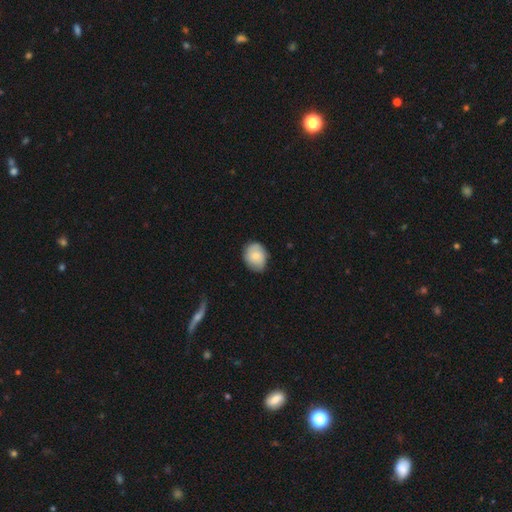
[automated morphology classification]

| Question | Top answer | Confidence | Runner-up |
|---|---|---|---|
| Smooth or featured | smooth | 73% | featured or disk (20%) |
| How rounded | round | 53% | in between (47%) |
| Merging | none | 75% | minor disturbance (21%) |